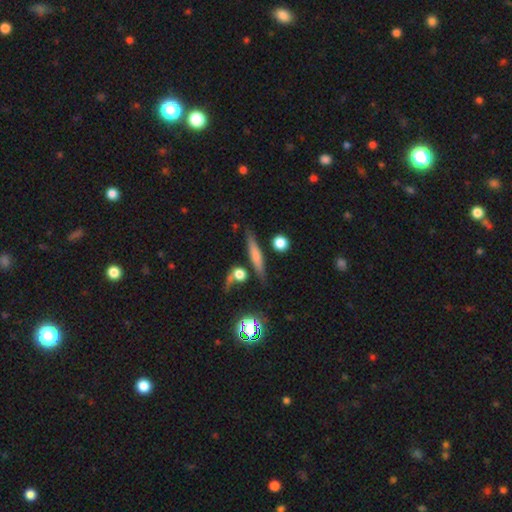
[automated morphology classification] smooth_or_featured: smooth (p=0.56) [alt: featured or disk p=0.36]
how_rounded: cigar-shaped (p=0.81) [alt: in between p=0.11]
merging: none (p=0.78) [alt: minor disturbance p=0.12]